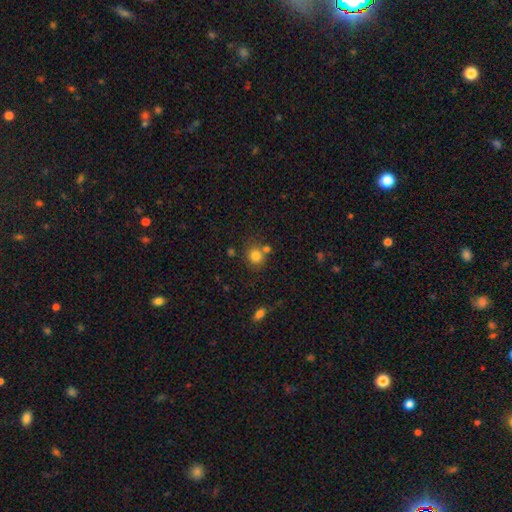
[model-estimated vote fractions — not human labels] Q: Smooth or featured?
A: smooth (81%); runner-up: star or artifact (12%)
Q: How rounded?
A: round (82%); runner-up: in between (17%)
Q: Merging?
A: none (66%); runner-up: merger (19%)